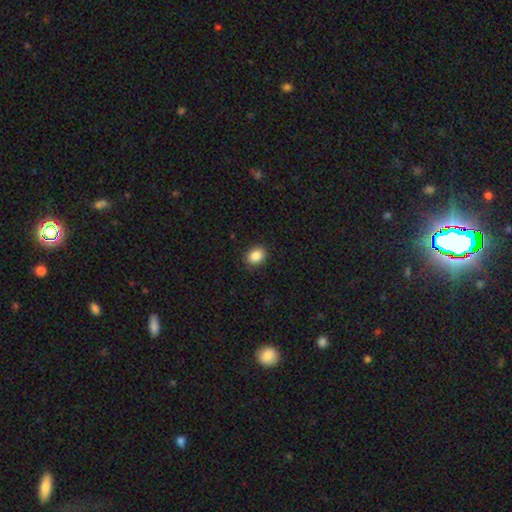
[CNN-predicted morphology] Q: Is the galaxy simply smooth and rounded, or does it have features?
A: smooth — 87%.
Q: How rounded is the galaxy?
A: in between — 56%.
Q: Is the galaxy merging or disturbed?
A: none — 89%.